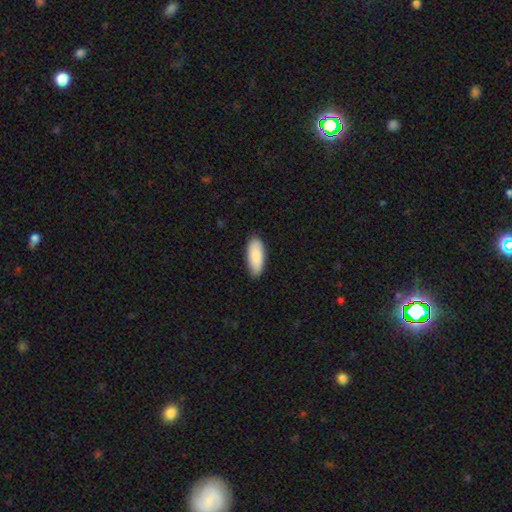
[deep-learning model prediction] A smooth galaxy with no disk features (88%) that is in between round and cigar-shaped (81%).

Vote fractions:
- Smooth or featured? smooth: 88% / featured or disk: 7% / star or artifact: 5%
- How rounded? in between: 81% / cigar-shaped: 17% / round: 2%
- Merging? none: 86% / minor disturbance: 11% / major disturbance: 2% / merger: 1%